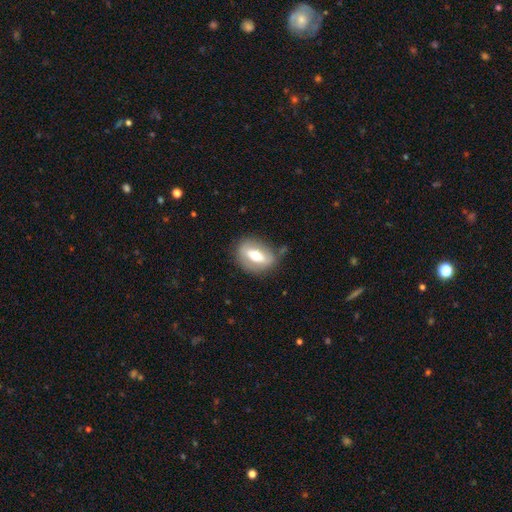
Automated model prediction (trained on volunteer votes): Smooth or featured? featured or disk (48%)
Merging? none (72%)